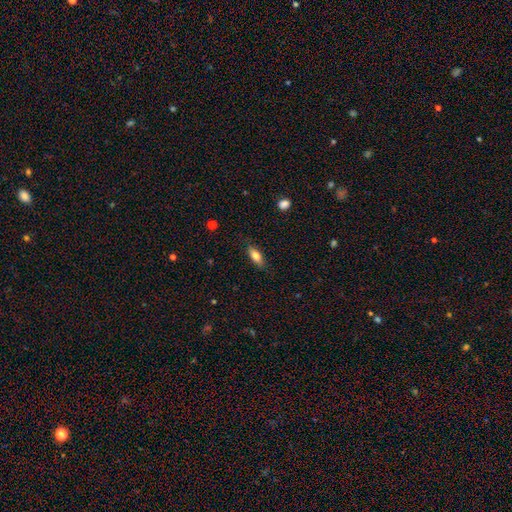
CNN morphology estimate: Smooth or featured?
  - smooth: 75% *
  - featured or disk: 18%
  - star or artifact: 7%
How rounded?
  - in between: 72% *
  - cigar-shaped: 26%
  - round: 3%
Merging?
  - none: 85% *
  - minor disturbance: 12%
  - major disturbance: 3%
  - merger: 1%